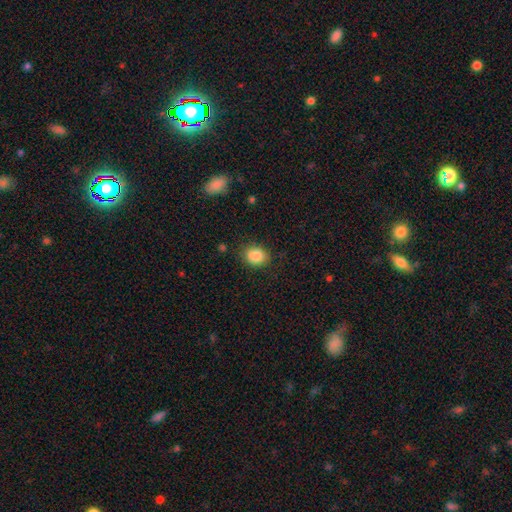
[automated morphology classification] Smooth or featured: smooth — 87% (star or artifact — 9%)
How rounded: round — 51% (in between — 48%)
Merging: none — 83% (minor disturbance — 12%)